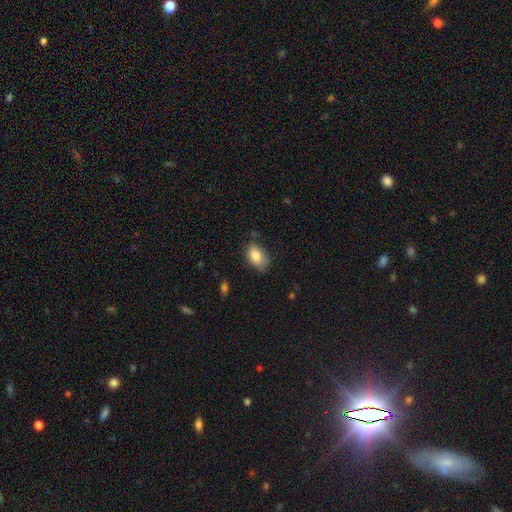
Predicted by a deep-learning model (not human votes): A smooth galaxy with no disk features (83%) that is in between round and cigar-shaped (90%). Merging: none (65%).